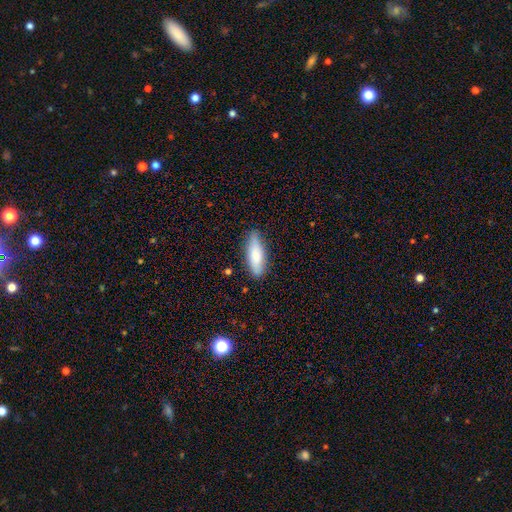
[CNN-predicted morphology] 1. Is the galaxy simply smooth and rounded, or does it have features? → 78% smooth, 16% featured or disk, 6% star or artifact.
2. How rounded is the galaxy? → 55% in between, 43% cigar-shaped, 2% round.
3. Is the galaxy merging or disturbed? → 81% none, 15% minor disturbance, 3% major disturbance, 2% merger.